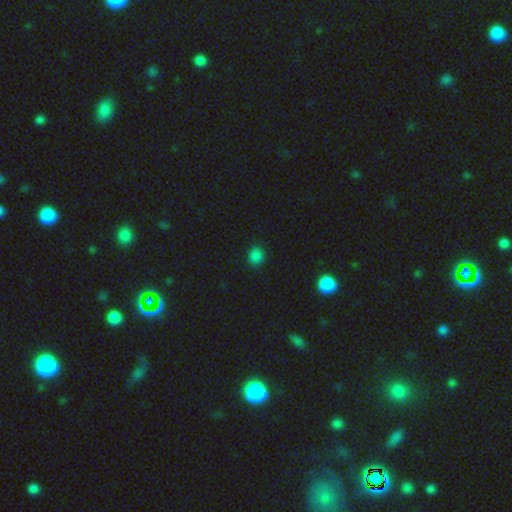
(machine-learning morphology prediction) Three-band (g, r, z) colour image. It shows a smooth galaxy with no disk features (83%) that is round (80%). Merging: none (89%).